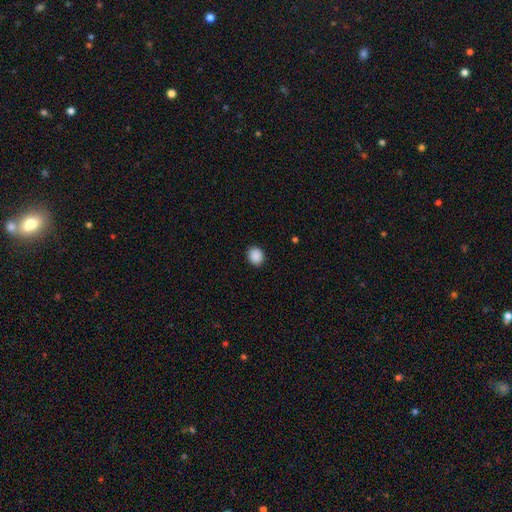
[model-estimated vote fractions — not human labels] smooth 90%, star or artifact 8%, featured or disk 2%. Down the decision tree: how rounded — round (68%); merging — none (90%).